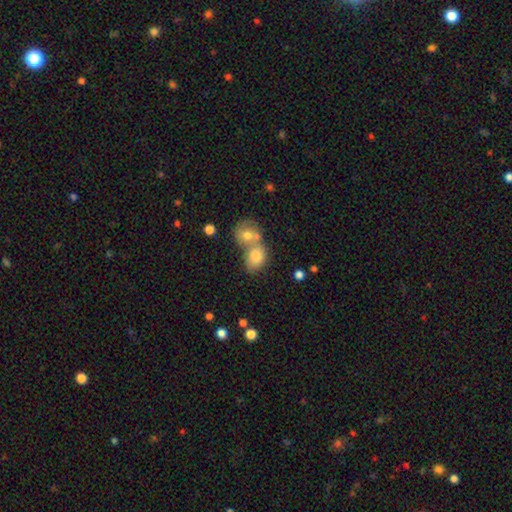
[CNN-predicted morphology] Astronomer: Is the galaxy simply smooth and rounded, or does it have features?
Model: smooth — 75%.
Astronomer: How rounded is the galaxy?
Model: in between — 57% (runner-up: round, 42%).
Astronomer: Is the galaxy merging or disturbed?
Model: merger — 63%.